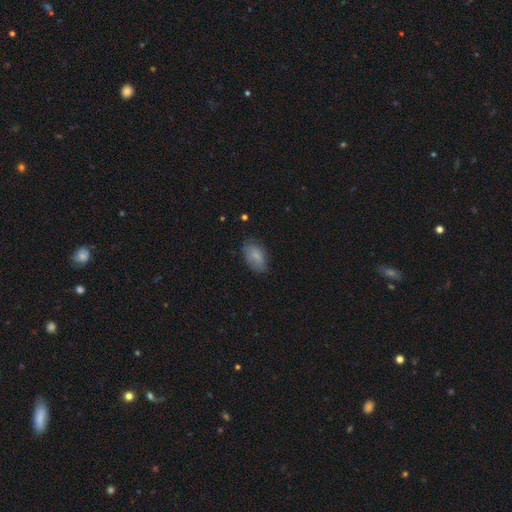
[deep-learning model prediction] Smooth or featured?
  - smooth: 80% *
  - featured or disk: 13%
  - star or artifact: 7%
How rounded?
  - in between: 92% *
  - round: 5%
  - cigar-shaped: 3%
Merging?
  - none: 72% *
  - minor disturbance: 21%
  - major disturbance: 5%
  - merger: 1%